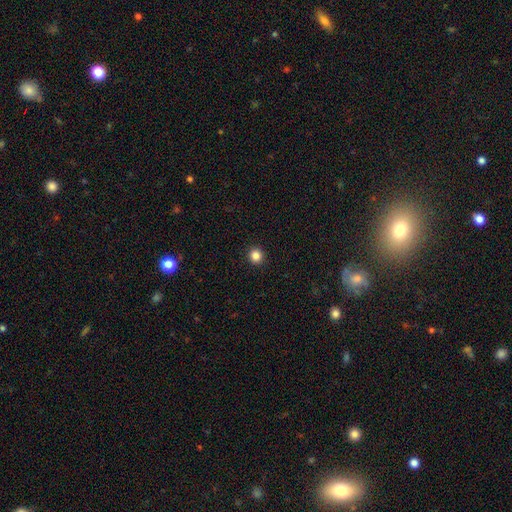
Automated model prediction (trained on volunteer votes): Smooth or featured?
  - smooth: 85% *
  - star or artifact: 12%
  - featured or disk: 4%
How rounded?
  - round: 92% *
  - in between: 7%
  - cigar-shaped: 1%
Merging?
  - none: 93% *
  - minor disturbance: 4%
  - major disturbance: 2%
  - merger: 1%